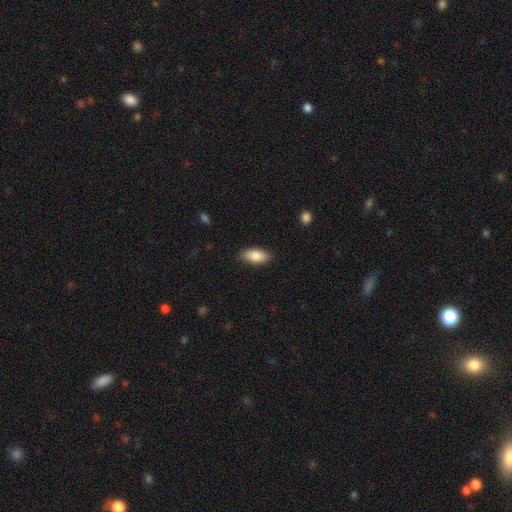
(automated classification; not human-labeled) Smooth or featured? smooth (86%)
How rounded? in between (91%)
Merging? none (86%)